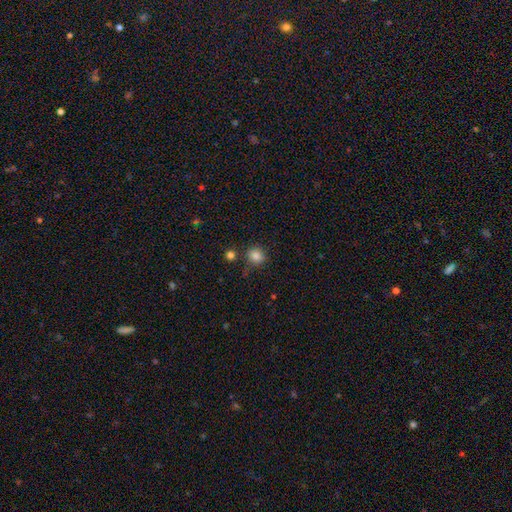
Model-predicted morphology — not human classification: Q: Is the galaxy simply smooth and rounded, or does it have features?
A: smooth — 84%.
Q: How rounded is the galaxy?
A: round — 80%.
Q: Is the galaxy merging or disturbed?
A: none — 77%.